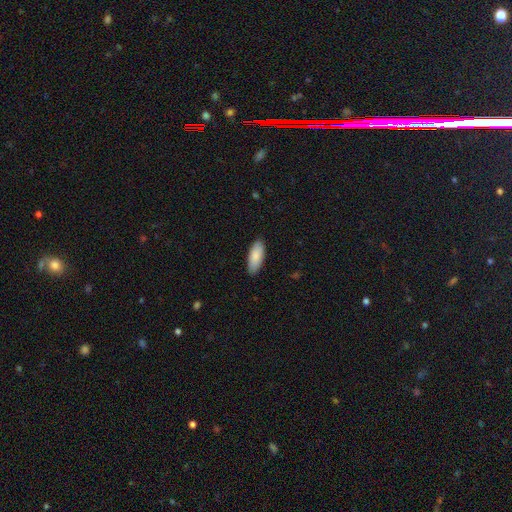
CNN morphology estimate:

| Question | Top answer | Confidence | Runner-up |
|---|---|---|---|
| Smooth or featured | smooth | 88% | featured or disk (7%) |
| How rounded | in between | 80% | cigar-shaped (18%) |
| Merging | none | 88% | minor disturbance (10%) |